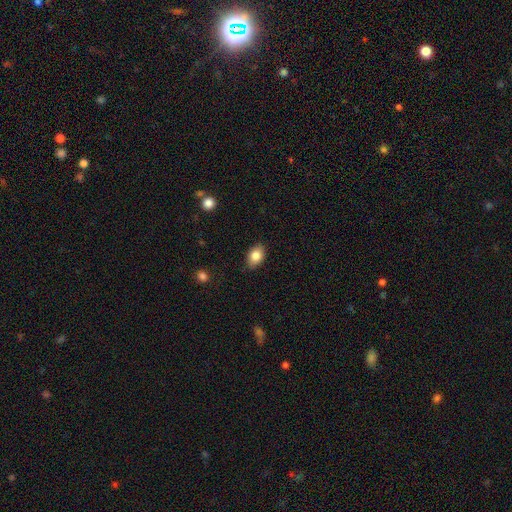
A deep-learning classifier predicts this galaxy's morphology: Smooth or featured? smooth (83%)
How rounded? in between (83%)
Merging? none (84%)